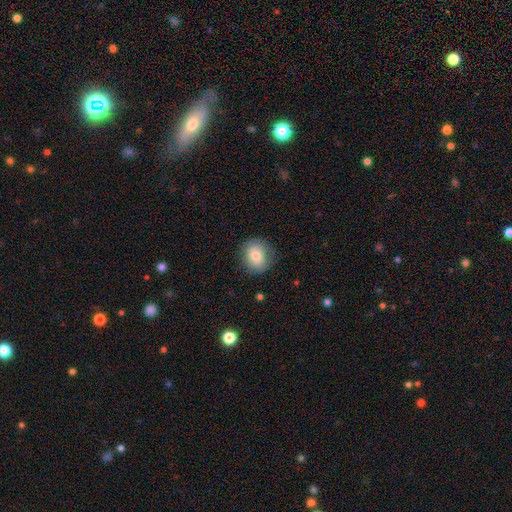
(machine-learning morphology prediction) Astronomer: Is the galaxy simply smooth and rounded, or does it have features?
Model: smooth — 74%.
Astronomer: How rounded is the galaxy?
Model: round — 79%.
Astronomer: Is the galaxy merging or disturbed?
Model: none — 81%.